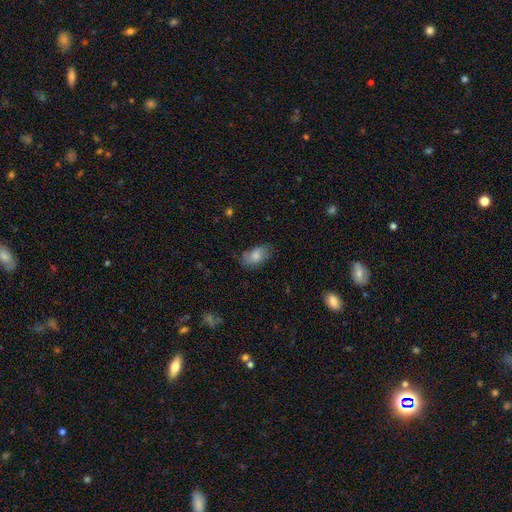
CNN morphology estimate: smooth-or-featured: smooth: 76% | featured or disk: 17% | star or artifact: 8%
  how-rounded: in between: 91% | round: 6% | cigar-shaped: 3%
  merging: none: 70% | minor disturbance: 23% | major disturbance: 6% | merger: 2%